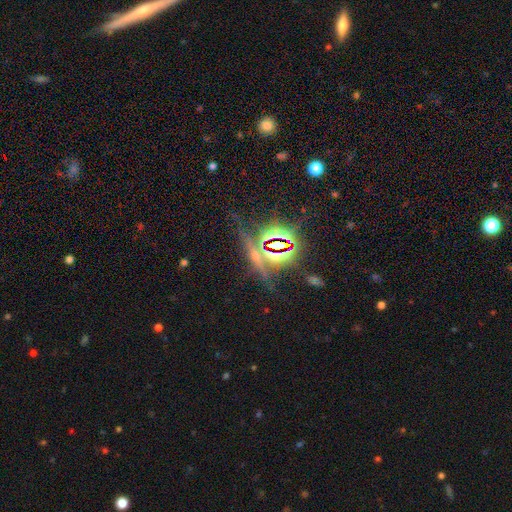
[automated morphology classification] Q: Smooth or featured?
A: star or artifact (69%); runner-up: featured or disk (18%)